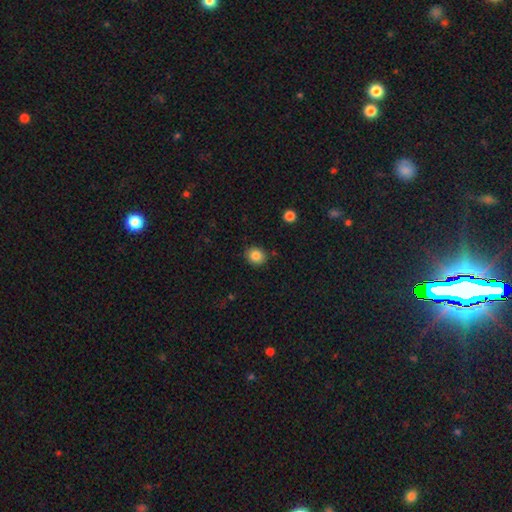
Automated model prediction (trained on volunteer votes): Smooth or featured?
  - smooth: 84% *
  - star or artifact: 10%
  - featured or disk: 5%
How rounded?
  - round: 81% *
  - in between: 18%
  - cigar-shaped: 1%
Merging?
  - none: 88% *
  - minor disturbance: 8%
  - major disturbance: 2%
  - merger: 2%